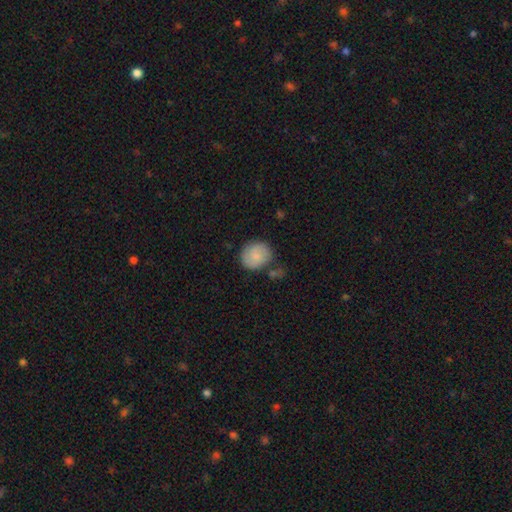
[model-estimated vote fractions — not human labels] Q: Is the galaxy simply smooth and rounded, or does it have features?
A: smooth — 64%.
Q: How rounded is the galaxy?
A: round — 78%.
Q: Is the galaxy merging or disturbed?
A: none — 67%.